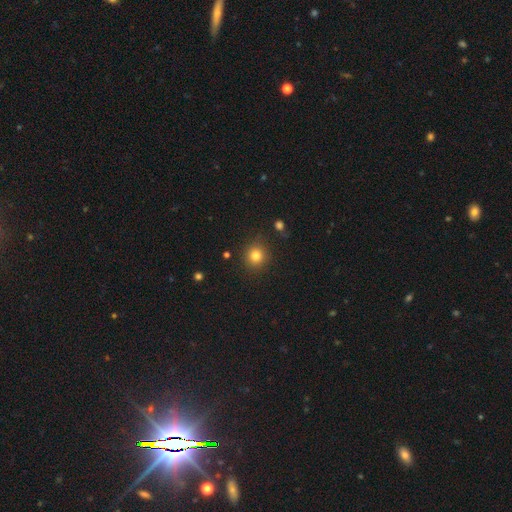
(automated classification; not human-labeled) A smooth galaxy with no disk features (81%) that is round (92%).

Vote fractions:
- Smooth or featured? smooth: 81% / star or artifact: 13% / featured or disk: 6%
- How rounded? round: 92% / in between: 7% / cigar-shaped: 1%
- Merging? none: 87% / minor disturbance: 8% / major disturbance: 3% / merger: 2%